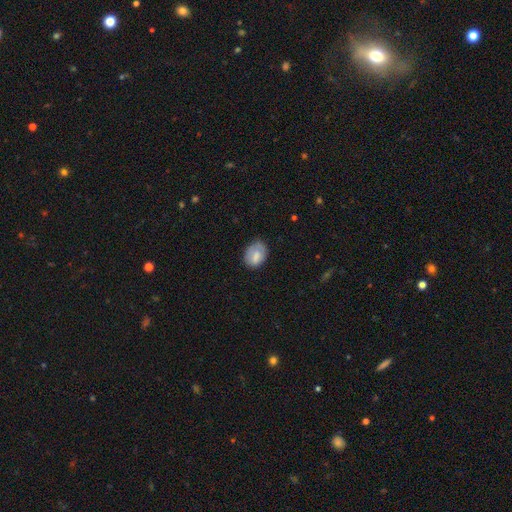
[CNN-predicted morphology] The model was most divided on "how rounded": in between: 71%, round: 28%, cigar-shaped: 1%. More confident: smooth or featured — smooth (73%); merging — none (68%).